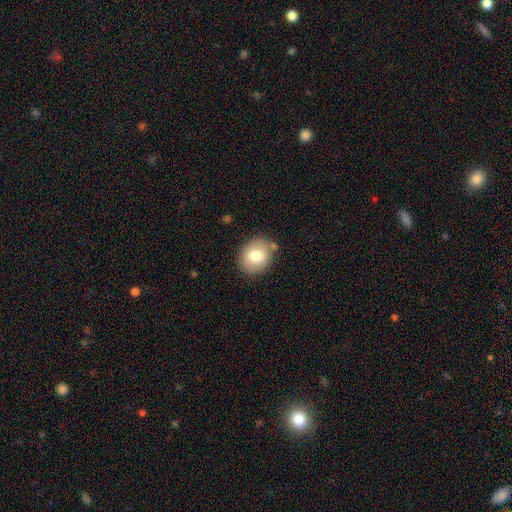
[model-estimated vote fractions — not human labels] Q: Smooth or featured?
A: smooth (76%); runner-up: featured or disk (16%)
Q: How rounded?
A: round (60%); runner-up: in between (39%)
Q: Merging?
A: none (80%); runner-up: minor disturbance (13%)